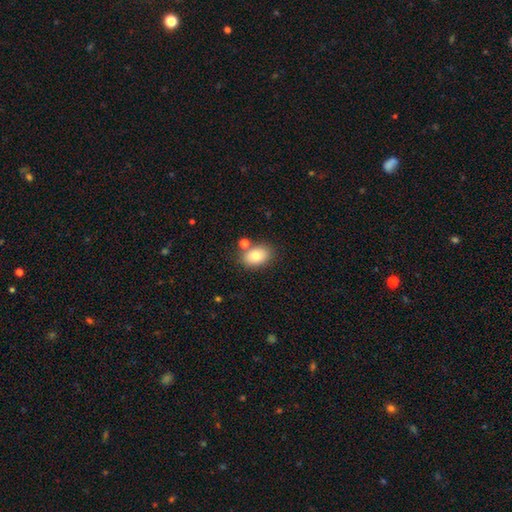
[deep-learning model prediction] This is clearly a smooth galaxy (81%). How rounded: clearly in between (83%). Merging: likely none (72%).